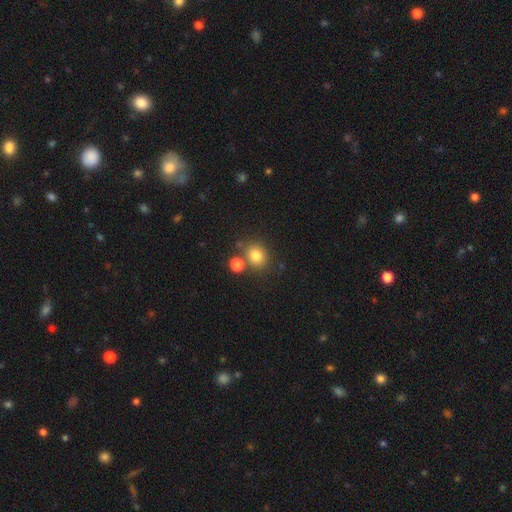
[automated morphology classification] The model was most divided on "how rounded": round: 74%, in between: 25%, cigar-shaped: 1%. More confident: smooth or featured — smooth (80%); merging — none (69%).